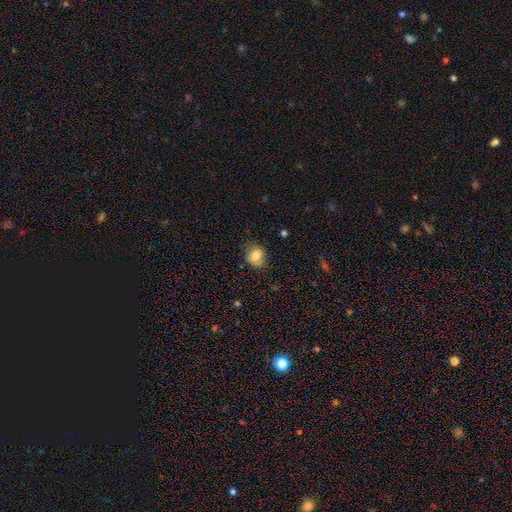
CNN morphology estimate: Overall: smooth (80%). How rounded: round (68%; in between 31%). Merging: none (72%).